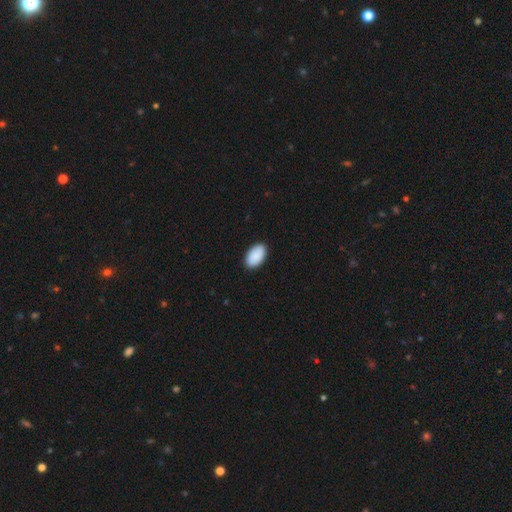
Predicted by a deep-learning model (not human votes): Q: Smooth or featured?
A: smooth (92%); runner-up: star or artifact (6%)
Q: How rounded?
A: in between (96%); runner-up: round (3%)
Q: Merging?
A: none (91%); runner-up: minor disturbance (7%)